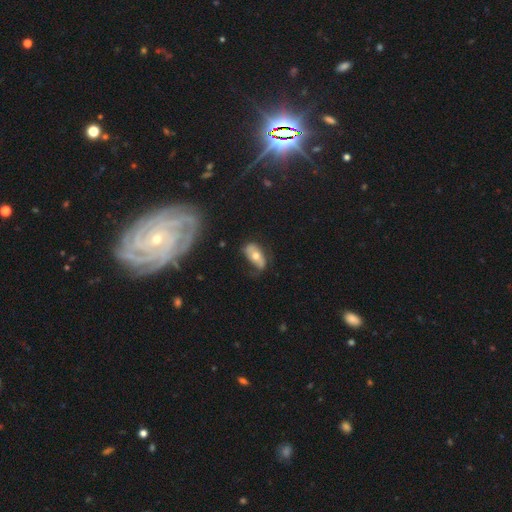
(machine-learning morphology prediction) Smooth or featured?
  - smooth: 50% *
  - featured or disk: 42%
  - star or artifact: 8%
Merging?
  - none: 41% *
  - minor disturbance: 32%
  - major disturbance: 23%
  - merger: 4%